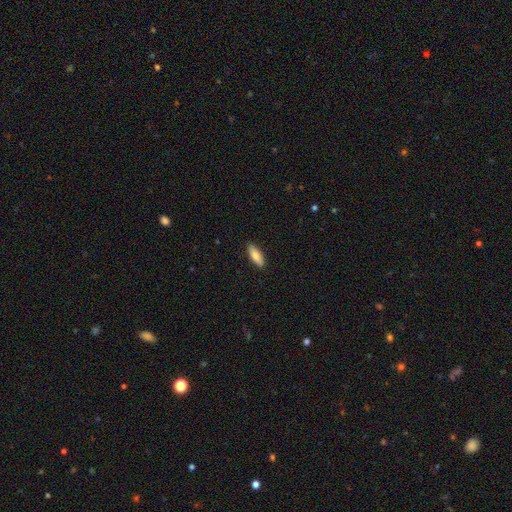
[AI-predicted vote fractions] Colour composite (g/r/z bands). It shows a smooth galaxy with no disk features (81%) that is in between round and cigar-shaped (60%). Merging: none (90%).